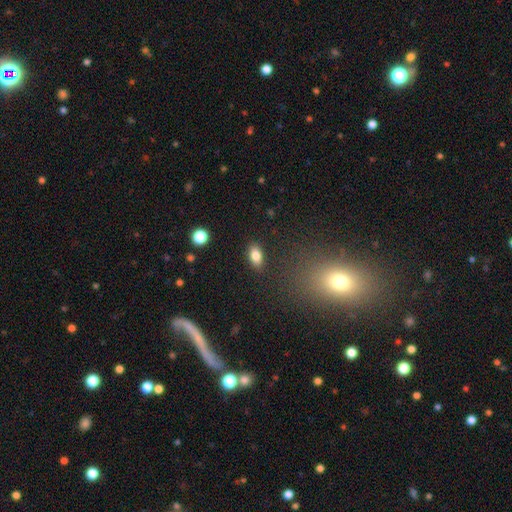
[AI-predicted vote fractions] This is clearly a smooth galaxy (83%). How rounded: clearly in between (89%). Merging: clearly none (88%).